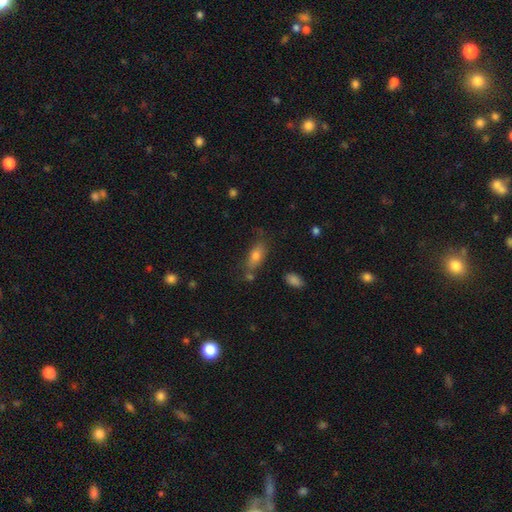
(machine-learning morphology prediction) A smooth galaxy with no disk features (75%) that is in between round and cigar-shaped (80%). Merging: none (61%).